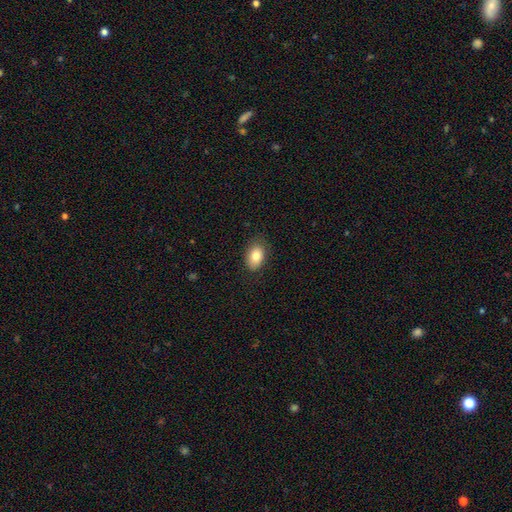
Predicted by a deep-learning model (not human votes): smooth-or-featured: smooth: 81% | featured or disk: 11% | star or artifact: 8%
  how-rounded: in between: 87% | round: 12% | cigar-shaped: 1%
  merging: none: 81% | minor disturbance: 15% | major disturbance: 3% | merger: 1%